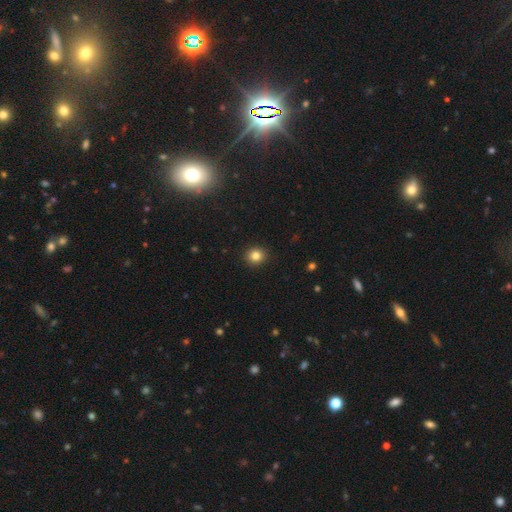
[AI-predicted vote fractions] The model was most divided on "how rounded": round: 82%, in between: 17%, cigar-shaped: 1%. More confident: merging — none (92%); smooth or featured — smooth (84%).